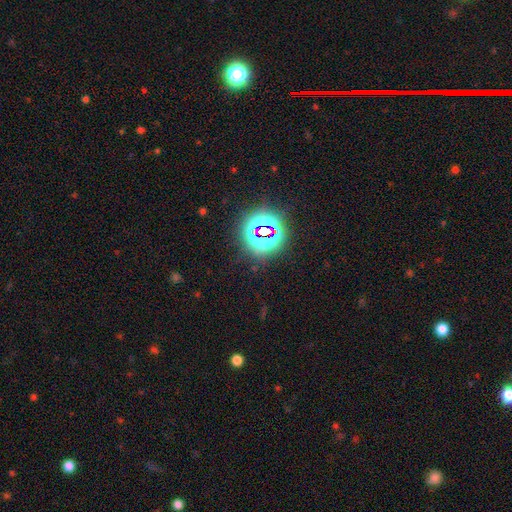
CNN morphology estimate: The model was most divided on "smooth or featured": star or artifact: 83%, smooth: 11%, featured or disk: 7%.